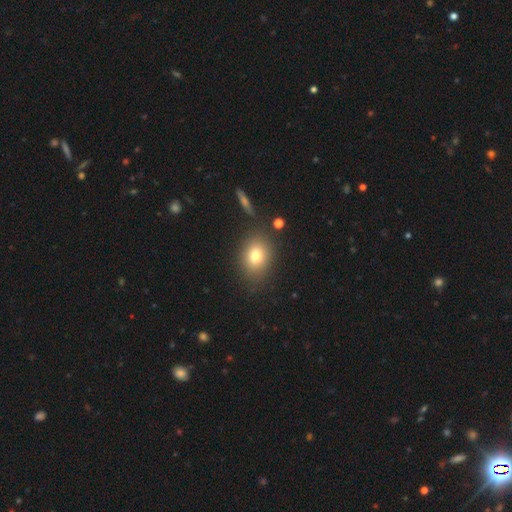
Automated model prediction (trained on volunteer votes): smooth_or_featured: smooth (p=0.77) [alt: star or artifact p=0.12]
how_rounded: in between (p=0.56) [alt: round p=0.43]
merging: none (p=0.80) [alt: minor disturbance p=0.12]